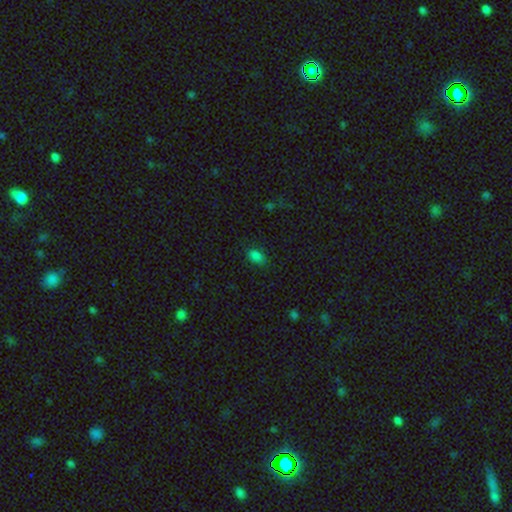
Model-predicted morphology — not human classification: smooth_or_featured: smooth (p=0.81) [alt: star or artifact p=0.15]
how_rounded: in between (p=0.88) [alt: round p=0.10]
merging: none (p=0.81) [alt: minor disturbance p=0.14]